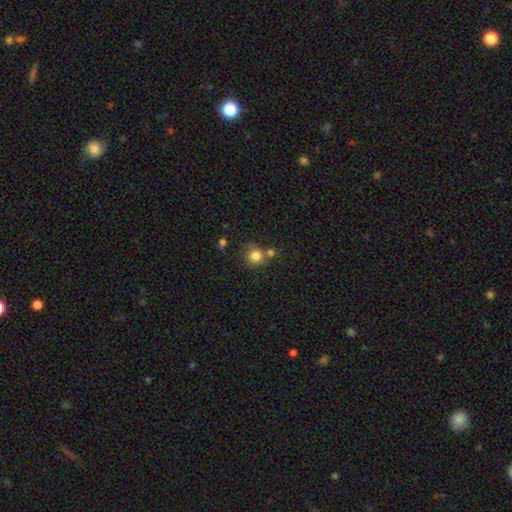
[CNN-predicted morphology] A smooth galaxy with no disk features (82%) that is round (88%).

Vote fractions:
- Smooth or featured? smooth: 82% / star or artifact: 11% / featured or disk: 7%
- How rounded? round: 88% / in between: 11% / cigar-shaped: 1%
- Merging? none: 59% / merger: 24% / minor disturbance: 12% / major disturbance: 5%